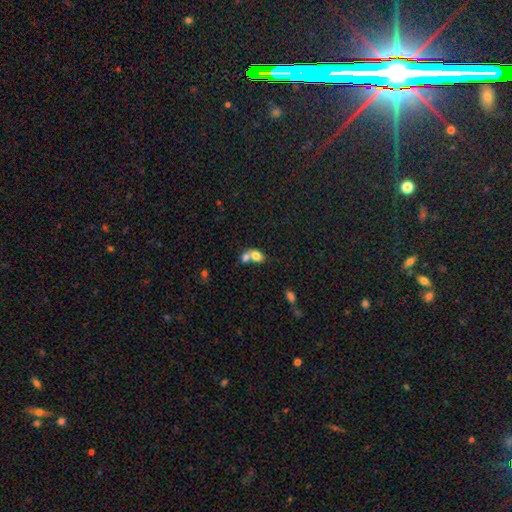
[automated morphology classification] smooth 76%, featured or disk 15%, star or artifact 9%. Down the decision tree: how rounded — in between (70%); merging — merger (66%).